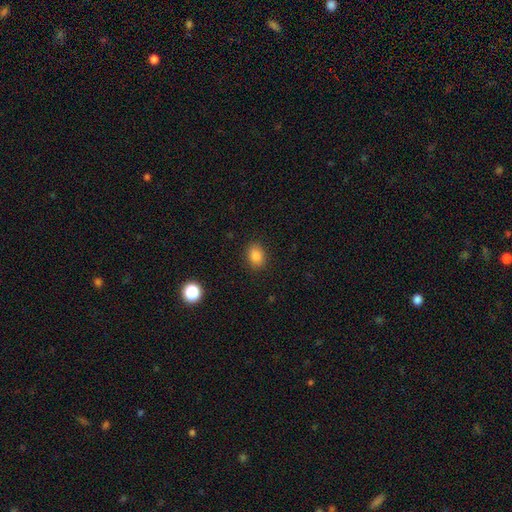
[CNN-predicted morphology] Smooth or featured?
  - smooth: 85% *
  - star or artifact: 11%
  - featured or disk: 4%
How rounded?
  - in between: 67% *
  - round: 32%
  - cigar-shaped: 1%
Merging?
  - none: 87% *
  - minor disturbance: 9%
  - major disturbance: 3%
  - merger: 1%